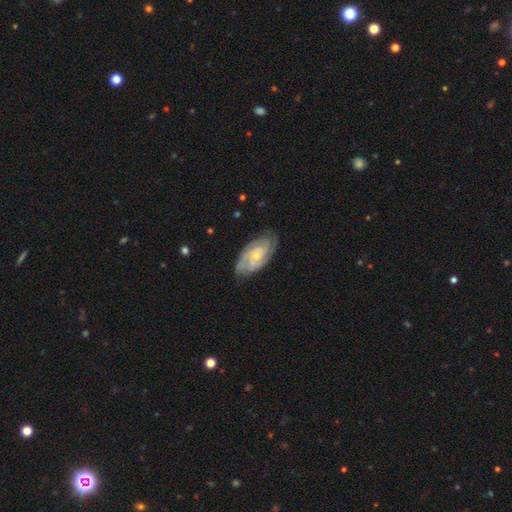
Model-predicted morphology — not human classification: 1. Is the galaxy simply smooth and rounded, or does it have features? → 85% featured or disk, 10% smooth, 5% star or artifact.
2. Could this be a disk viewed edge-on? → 95% no, 5% yes.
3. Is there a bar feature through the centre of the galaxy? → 67% no, 28% weak, 5% strong.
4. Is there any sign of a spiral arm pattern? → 96% yes, 4% no.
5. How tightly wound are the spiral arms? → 66% tight, 29% medium, 5% loose.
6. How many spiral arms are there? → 31% 2, 27% 3, 22% can't tell, 11% 4, 4% more than 4, 4% 1.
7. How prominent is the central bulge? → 62% small, 34% moderate, 2% none, 1% large, 1% dominant.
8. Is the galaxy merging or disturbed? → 77% none, 18% minor disturbance, 4% major disturbance, 1% merger.